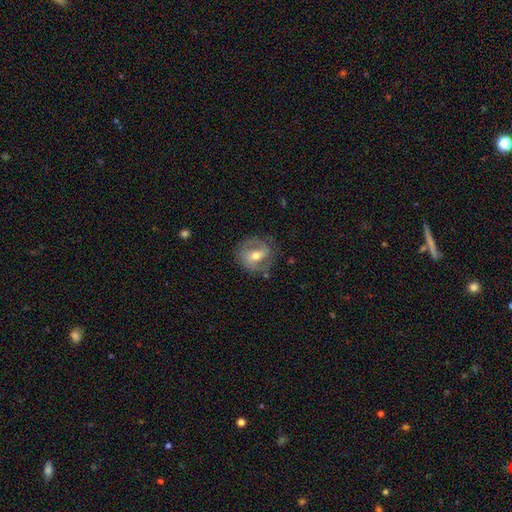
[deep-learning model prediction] Overall: featured or disk (65%; smooth 28%). Edge-on disk: no (95%). Bar: weak (43%; strong 35%). Spiral arms: yes (74%). Bulge size: moderate (72%). Merging: none (73%).